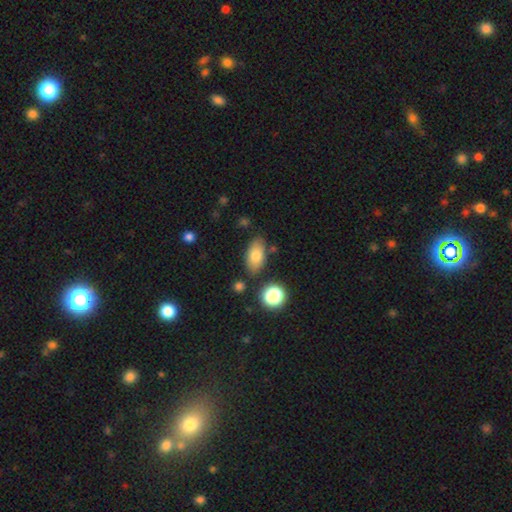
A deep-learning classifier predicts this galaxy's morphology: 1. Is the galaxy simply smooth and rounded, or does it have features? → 77% smooth, 14% featured or disk, 9% star or artifact.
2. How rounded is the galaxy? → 89% in between, 6% round, 4% cigar-shaped.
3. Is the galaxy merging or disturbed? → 79% none, 13% minor disturbance, 5% merger, 3% major disturbance.